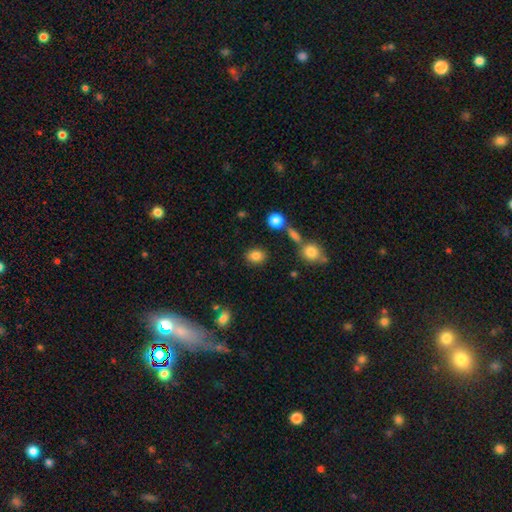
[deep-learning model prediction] The model was most divided on "how rounded": in between: 54%, round: 45%, cigar-shaped: 1%. More confident: smooth or featured — smooth (84%); merging — none (83%).